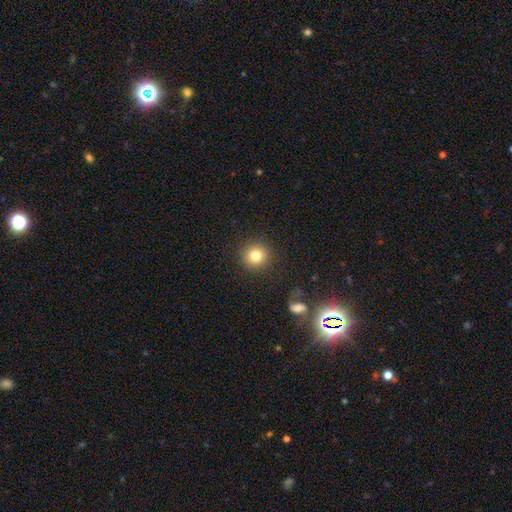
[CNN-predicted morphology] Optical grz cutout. It shows a smooth galaxy with no disk features (81%) that is round (92%). Merging: none (90%).